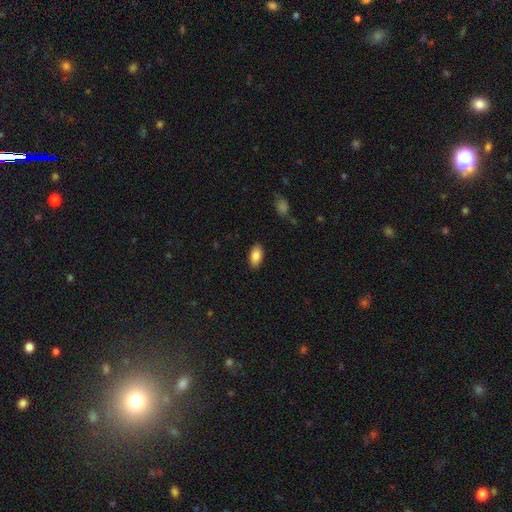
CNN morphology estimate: Smooth or featured? Predicted: smooth (p=0.86). How rounded? Predicted: in between (p=0.93). Merging? Predicted: none (p=0.88).